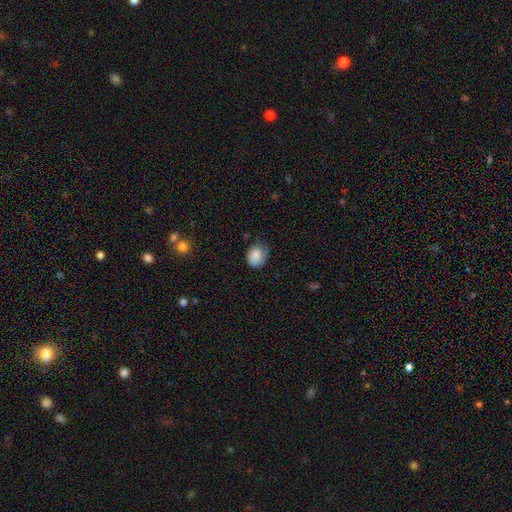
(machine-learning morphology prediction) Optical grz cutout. It shows a smooth galaxy with no disk features (82%) that is in between round and cigar-shaped (51%). Merging: none (53%).